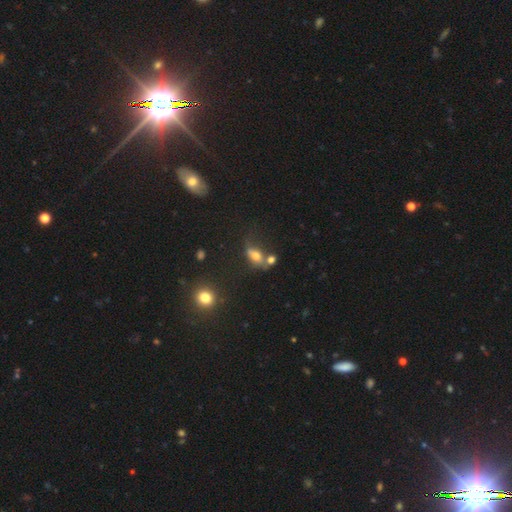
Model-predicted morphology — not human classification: Smooth or featured: smooth — 67% (featured or disk — 20%)
How rounded: in between — 78% (round — 14%)
Merging: none — 39% (merger — 30%)